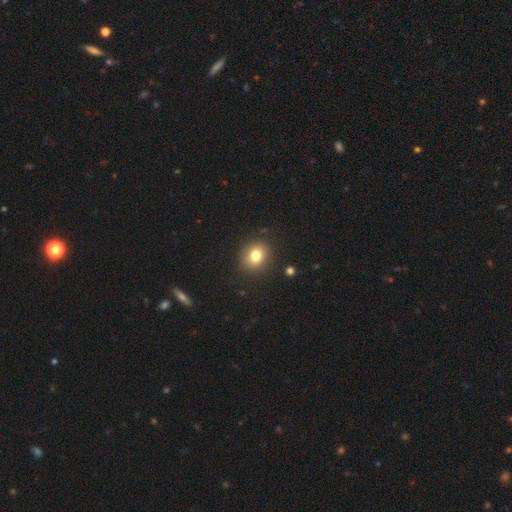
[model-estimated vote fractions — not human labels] Morphology: type=smooth (79%); roundness=round (68%); merging=none (88%).